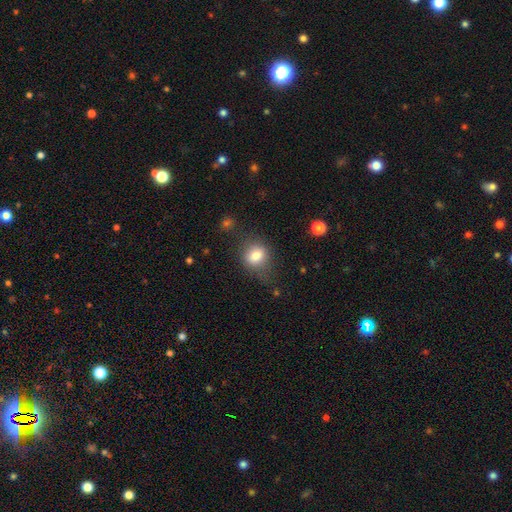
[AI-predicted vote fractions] Smooth or featured? smooth (80%)
How rounded? round (60%)
Merging? none (62%)